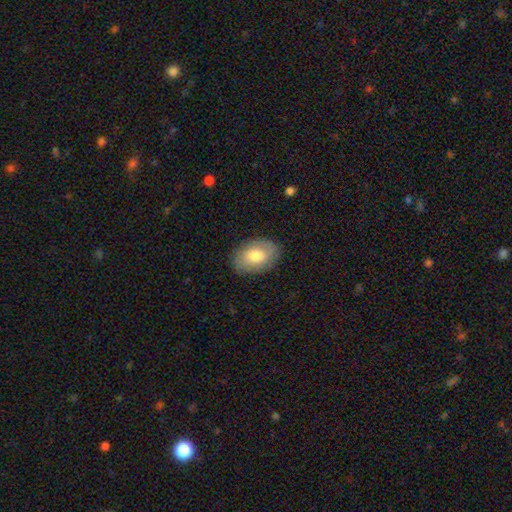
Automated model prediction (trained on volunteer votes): A smooth galaxy with no disk features (70%) that is in between round and cigar-shaped (88%).

Vote fractions:
- Smooth or featured? smooth: 70% / featured or disk: 24% / star or artifact: 6%
- How rounded? in between: 88% / round: 11% / cigar-shaped: 1%
- Merging? none: 85% / minor disturbance: 11% / major disturbance: 3% / merger: 1%